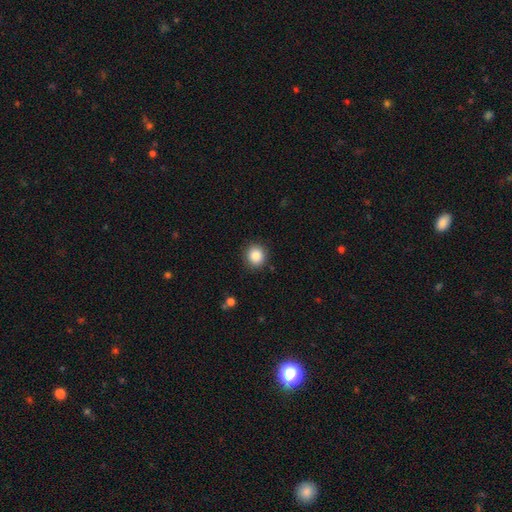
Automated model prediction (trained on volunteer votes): A smooth galaxy with no disk features (86%) that is round (90%).

Vote fractions:
- Smooth or featured? smooth: 86% / star or artifact: 9% / featured or disk: 5%
- How rounded? round: 90% / in between: 9% / cigar-shaped: 1%
- Merging? none: 89% / minor disturbance: 7% / major disturbance: 2% / merger: 1%